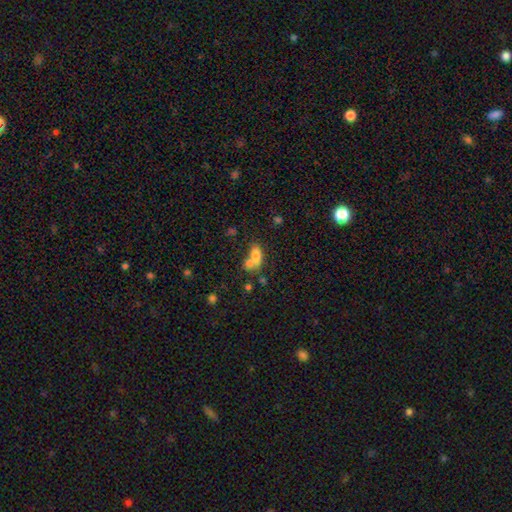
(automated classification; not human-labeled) Smooth or featured?
  - smooth: 73% *
  - featured or disk: 16%
  - star or artifact: 10%
How rounded?
  - in between: 80% *
  - round: 12%
  - cigar-shaped: 8%
Merging?
  - merger: 53% *
  - none: 31%
  - minor disturbance: 10%
  - major disturbance: 6%